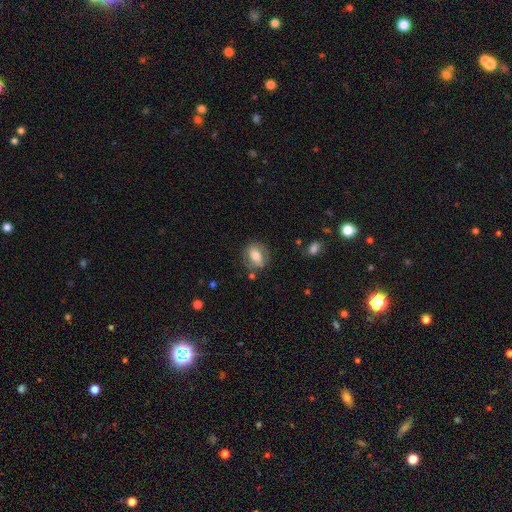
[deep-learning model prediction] Smooth or featured: smooth — 65% (featured or disk — 27%)
How rounded: in between — 57% (round — 41%)
Merging: none — 74% (minor disturbance — 16%)